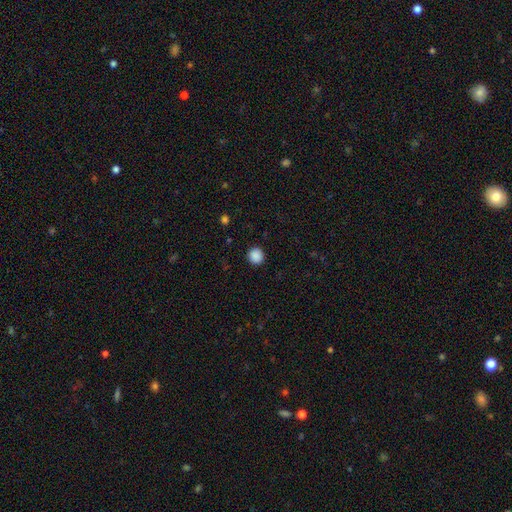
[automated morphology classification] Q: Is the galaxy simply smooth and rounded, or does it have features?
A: smooth — 88%.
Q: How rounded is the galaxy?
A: round — 93%.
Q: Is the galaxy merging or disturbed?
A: none — 92%.